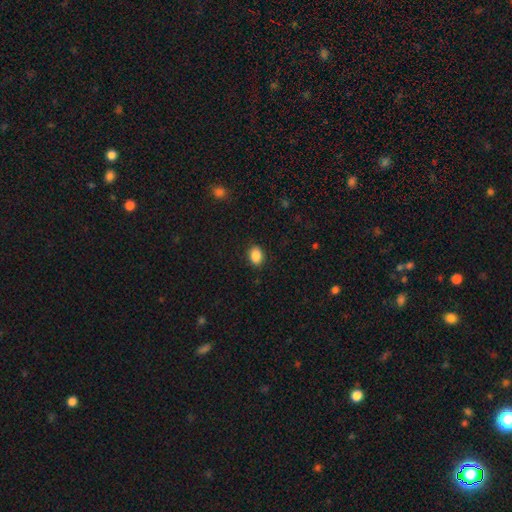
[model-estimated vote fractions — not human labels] Smooth or featured: smooth — 87% (star or artifact — 9%)
How rounded: in between — 70% (round — 29%)
Merging: none — 88% (minor disturbance — 9%)